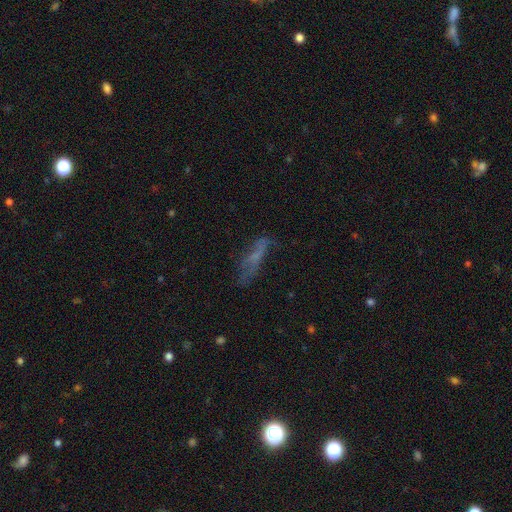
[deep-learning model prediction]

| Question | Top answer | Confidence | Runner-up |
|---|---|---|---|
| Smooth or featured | smooth | 46% | featured or disk (37%) |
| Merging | none | 50% | minor disturbance (25%) |